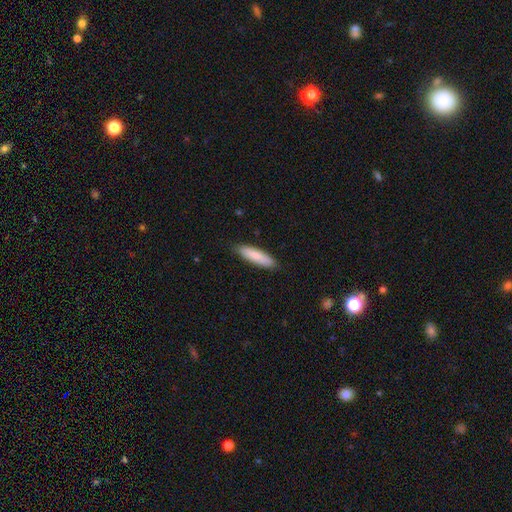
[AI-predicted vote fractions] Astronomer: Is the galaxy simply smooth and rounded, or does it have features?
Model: smooth — 85%.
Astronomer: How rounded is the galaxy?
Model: cigar-shaped — 69%.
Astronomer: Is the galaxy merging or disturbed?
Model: none — 87%.